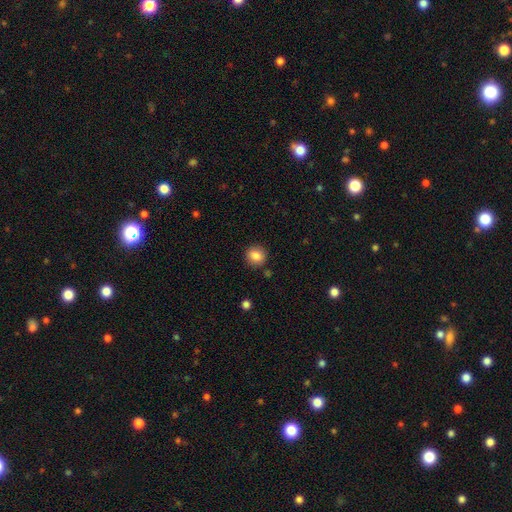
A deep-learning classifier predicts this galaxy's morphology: smooth_or_featured: smooth (p=0.86) [alt: star or artifact p=0.09]
how_rounded: round (p=0.85) [alt: in between p=0.14]
merging: none (p=0.87) [alt: minor disturbance p=0.08]